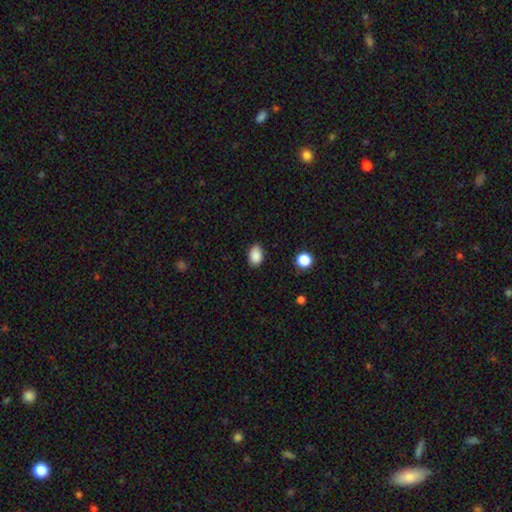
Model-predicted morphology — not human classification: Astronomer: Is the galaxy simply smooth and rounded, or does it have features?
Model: smooth — 88%.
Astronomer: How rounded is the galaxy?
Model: in between — 82%.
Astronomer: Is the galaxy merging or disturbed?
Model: none — 86%.